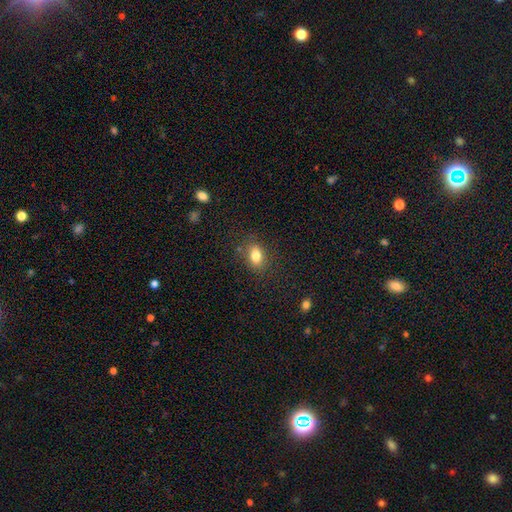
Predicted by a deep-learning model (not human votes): smooth-or-featured: smooth: 82% | star or artifact: 10% | featured or disk: 8%
  how-rounded: in between: 77% | round: 21% | cigar-shaped: 2%
  merging: none: 81% | minor disturbance: 13% | major disturbance: 4% | merger: 3%